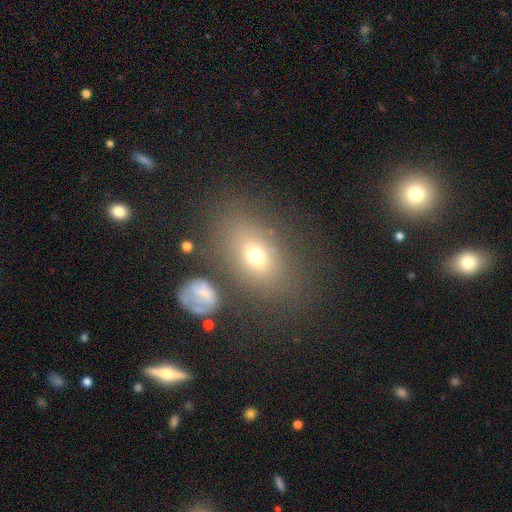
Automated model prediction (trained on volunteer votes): The model was most divided on "smooth or featured": smooth: 68%, featured or disk: 17%, star or artifact: 15%. More confident: how rounded — in between (74%); merging — none (69%).